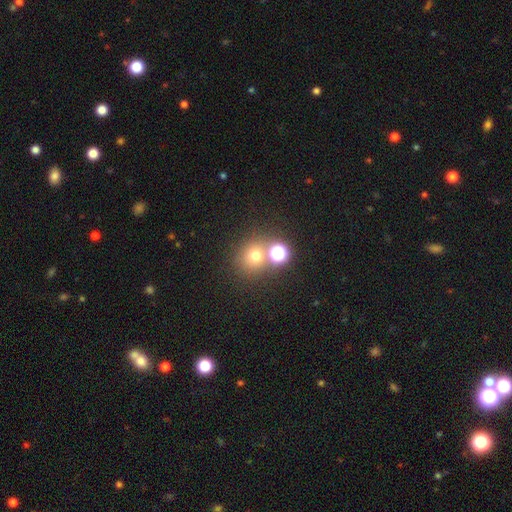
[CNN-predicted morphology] The model was most divided on "merging": none: 62%, merger: 26%, minor disturbance: 8%, major disturbance: 4%. More confident: how rounded — round (84%); smooth or featured — smooth (66%).